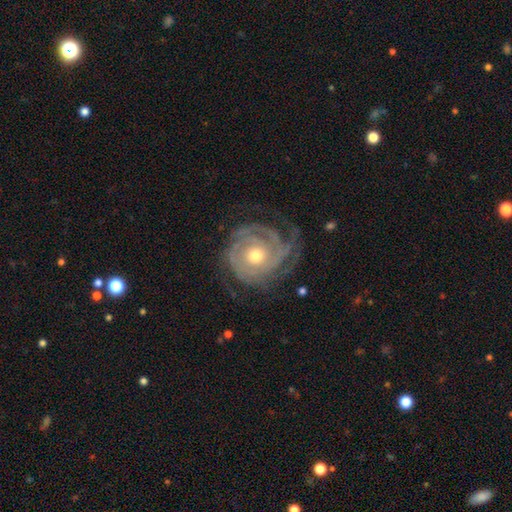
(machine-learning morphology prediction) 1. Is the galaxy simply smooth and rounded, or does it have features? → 88% featured or disk, 6% star or artifact, 6% smooth.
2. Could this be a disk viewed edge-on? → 97% no, 3% yes.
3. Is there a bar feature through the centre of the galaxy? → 77% no, 17% weak, 6% strong.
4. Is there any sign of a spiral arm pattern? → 97% yes, 3% no.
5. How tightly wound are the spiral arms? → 78% tight, 18% medium, 4% loose.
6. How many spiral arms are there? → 31% 3, 25% can't tell, 15% 4, 15% 2, 8% more than 4, 7% 1.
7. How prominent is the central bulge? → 69% moderate, 24% small, 4% large, 1% none, 1% dominant.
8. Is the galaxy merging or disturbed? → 72% none, 17% minor disturbance, 9% major disturbance, 1% merger.